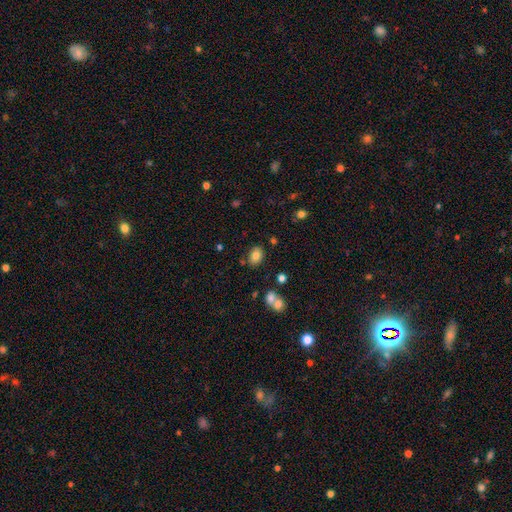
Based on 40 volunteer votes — smooth-or-featured: smooth: 88% | featured or disk: 12% | star or artifact: 0%
  how-rounded: in between: 83% | round: 17% | cigar-shaped: 0%
  merging: none: 85% | merger: 8% | minor disturbance: 5% | major disturbance: 2%